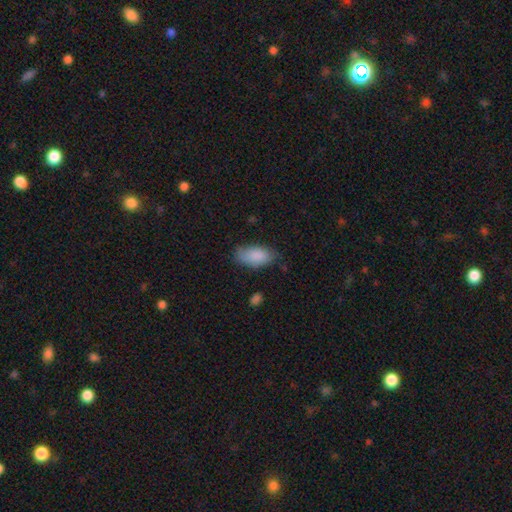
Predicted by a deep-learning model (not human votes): Smooth or featured? smooth (88%)
How rounded? in between (93%)
Merging? none (71%)